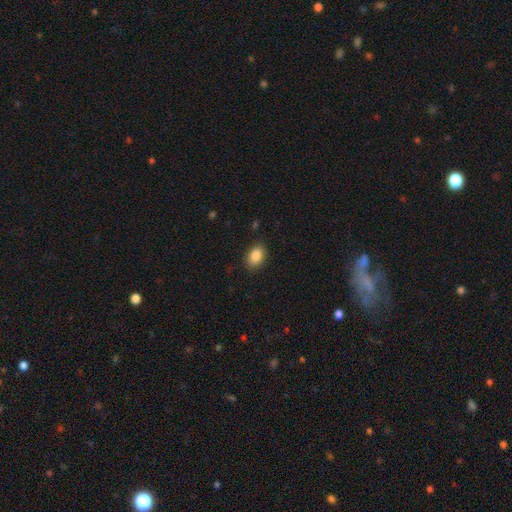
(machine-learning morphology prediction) Overall: smooth (86%). How rounded: in between (79%). Merging: none (87%).